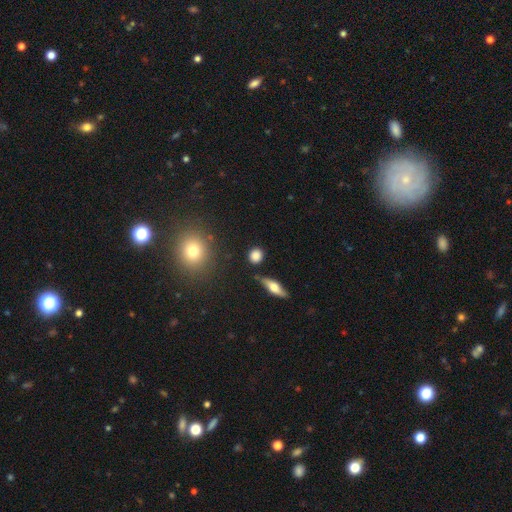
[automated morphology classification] A smooth galaxy with no disk features (82%) that is round (82%).

Vote fractions:
- Smooth or featured? smooth: 82% / star or artifact: 10% / featured or disk: 8%
- How rounded? round: 82% / in between: 15% / cigar-shaped: 4%
- Merging? none: 83% / minor disturbance: 10% / merger: 4% / major disturbance: 3%